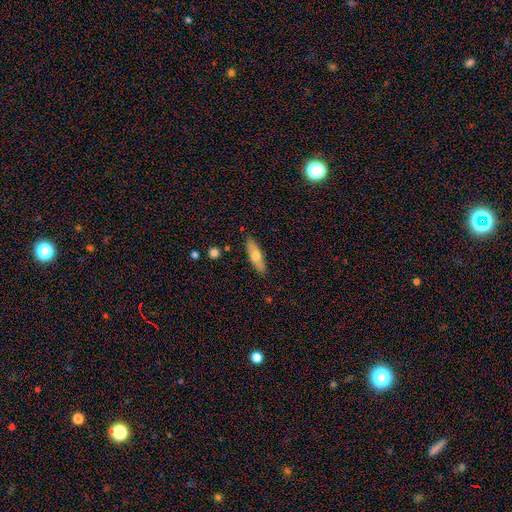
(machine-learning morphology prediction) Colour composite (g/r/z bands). It shows a smooth galaxy with no disk features (64%) that is cigar-shaped (51%). Merging: none (87%).